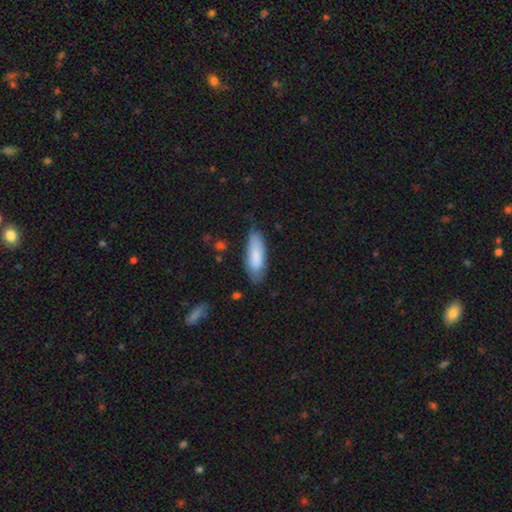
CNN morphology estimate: This appears to be a smooth galaxy with no disk features (83%) that is in between round and cigar-shaped (59%). Merging: none (74%).